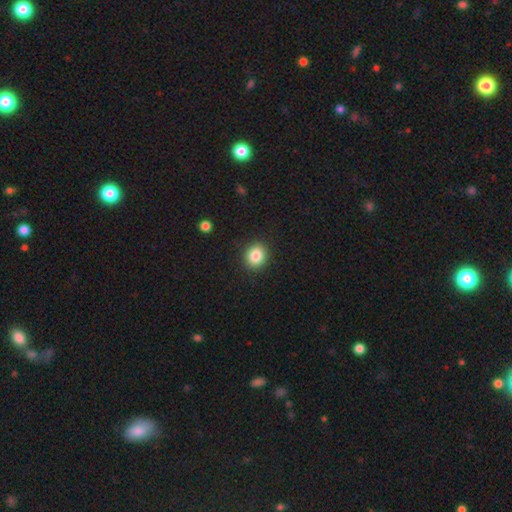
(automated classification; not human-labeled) Q: Smooth or featured?
A: smooth (84%); runner-up: star or artifact (10%)
Q: How rounded?
A: round (77%); runner-up: in between (22%)
Q: Merging?
A: none (90%); runner-up: minor disturbance (7%)